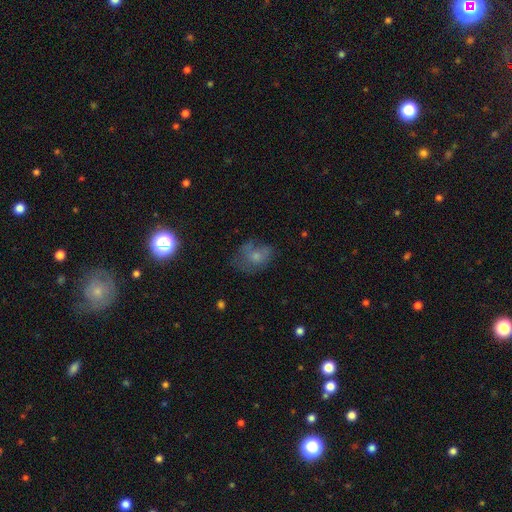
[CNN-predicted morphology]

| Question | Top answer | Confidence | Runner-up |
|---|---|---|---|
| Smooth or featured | smooth | 59% | featured or disk (28%) |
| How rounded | in between | 61% | round (37%) |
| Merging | none | 42% | minor disturbance (27%) |